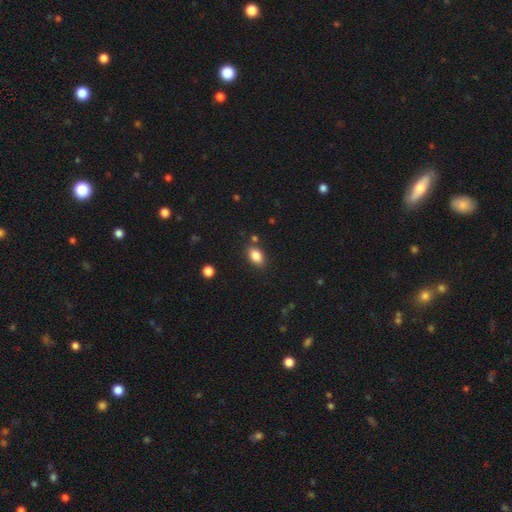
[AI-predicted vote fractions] Smooth or featured? Predicted: smooth (p=0.86). How rounded? Predicted: in between (p=0.86). Merging? Predicted: none (p=0.81).